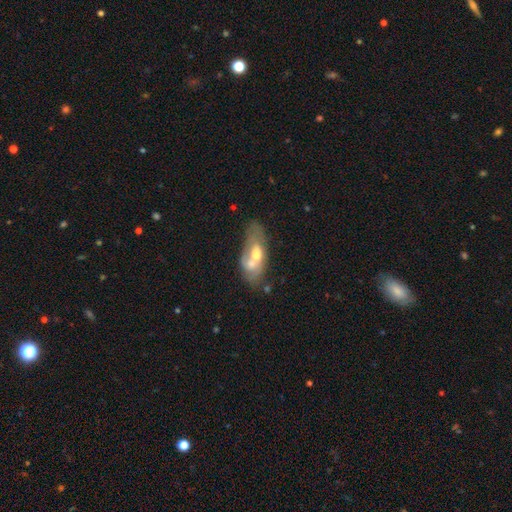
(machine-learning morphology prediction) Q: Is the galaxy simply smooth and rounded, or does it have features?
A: featured or disk — 49%.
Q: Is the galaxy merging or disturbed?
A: merger — 40%.